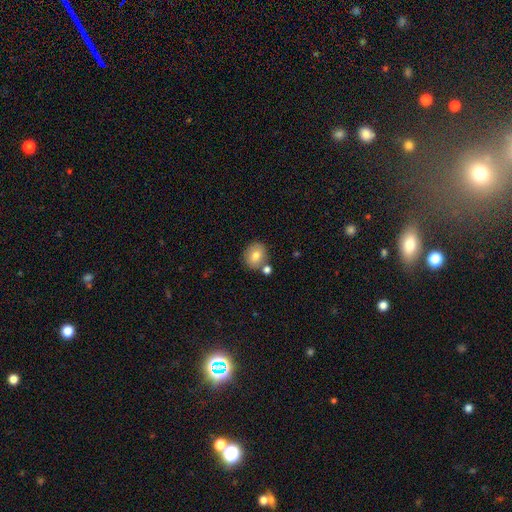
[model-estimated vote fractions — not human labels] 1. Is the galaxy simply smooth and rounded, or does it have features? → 76% smooth, 15% featured or disk, 9% star or artifact.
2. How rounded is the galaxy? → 71% round, 28% in between, 1% cigar-shaped.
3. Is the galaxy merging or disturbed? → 71% none, 15% merger, 11% minor disturbance, 3% major disturbance.